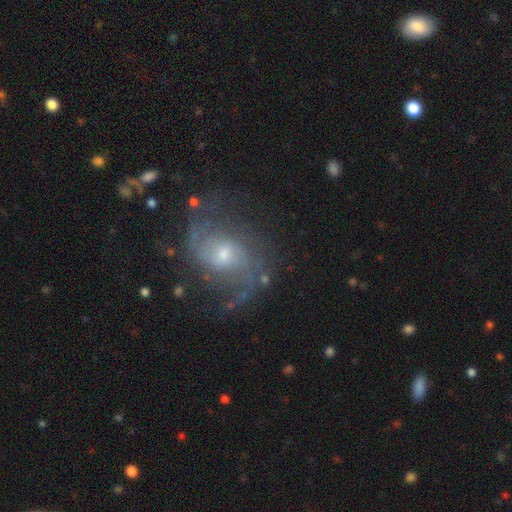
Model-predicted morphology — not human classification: Overall: featured or disk (78%). Edge-on disk: no (97%). Bar: no (58%; weak 35%). Spiral arms: yes (93%). Spiral arm count: 2 (70%). Spiral winding: medium (44%; loose 33%). Bulge size: moderate (49%; small 42%). Merging: none (71%).